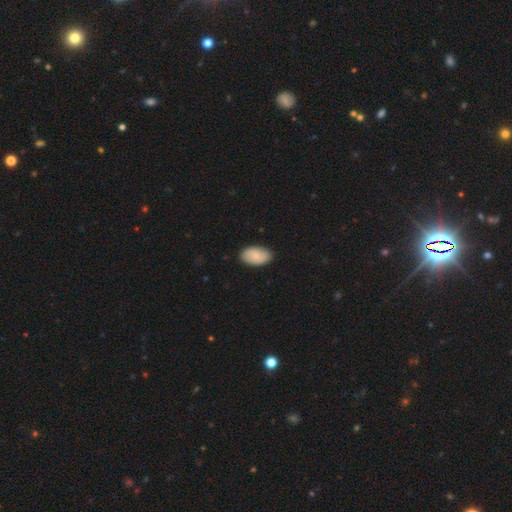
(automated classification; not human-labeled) Smooth or featured? smooth (81%)
How rounded? in between (95%)
Merging? none (87%)